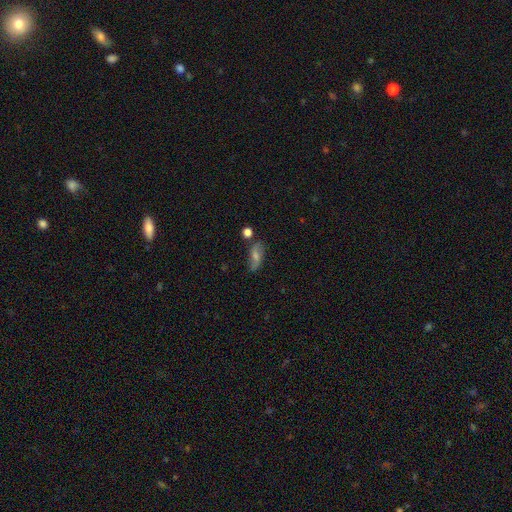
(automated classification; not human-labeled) Smooth or featured?
  - featured or disk: 48% *
  - smooth: 39%
  - star or artifact: 13%
Merging?
  - none: 72% *
  - minor disturbance: 17%
  - merger: 6%
  - major disturbance: 5%